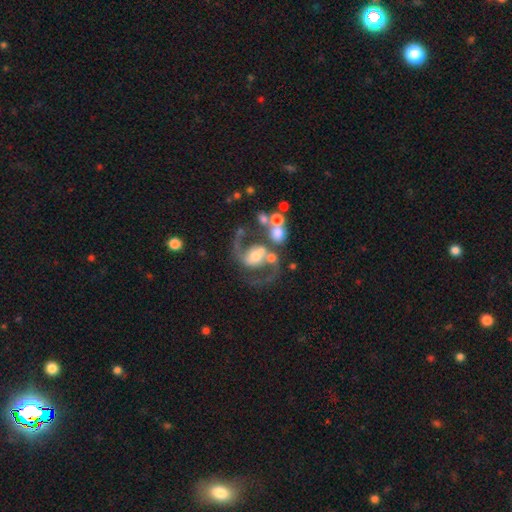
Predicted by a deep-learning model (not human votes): A featured or disk galaxy (83%) with no bar (39%), 2 (91%) loose (47%) spiral arms (93%) and a moderate central bulge (57%).

Vote fractions:
- Smooth or featured? featured or disk: 83% / smooth: 9% / star or artifact: 7%
- Edge-on disk? no: 98% / yes: 2%
- Bar? no: 39% / weak: 35% / strong: 26%
- Spiral arms? yes: 93% / no: 7%
- Spiral winding? loose: 47% / medium: 46% / tight: 7%
- Spiral arm count? 2: 91% / 1: 3% / can't tell: 2% / 3: 1% / 4: 1% / more than 4: 1%
- Bulge size? moderate: 57% / small: 23% / large: 14% / none: 4% / dominant: 2%
- Merging? none: 50% / merger: 22% / major disturbance: 14% / minor disturbance: 14%